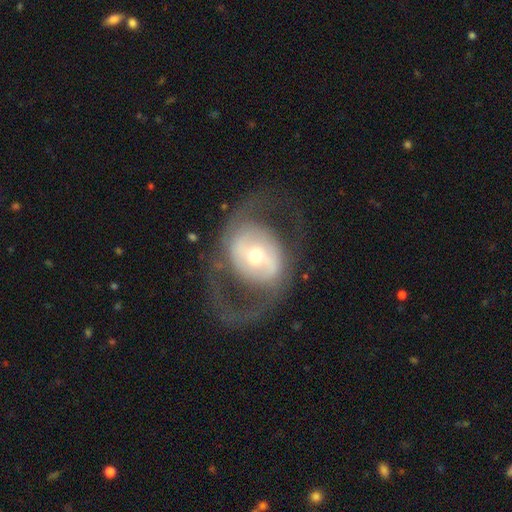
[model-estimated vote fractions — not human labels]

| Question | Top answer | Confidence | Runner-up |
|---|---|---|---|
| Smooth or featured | featured or disk | 75% | smooth (19%) |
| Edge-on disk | no | 95% | yes (5%) |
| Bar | no | 44% | weak (30%) |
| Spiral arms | yes | 65% | no (35%) |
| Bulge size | moderate | 49% | small (41%) |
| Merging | none | 64% | major disturbance (22%) |